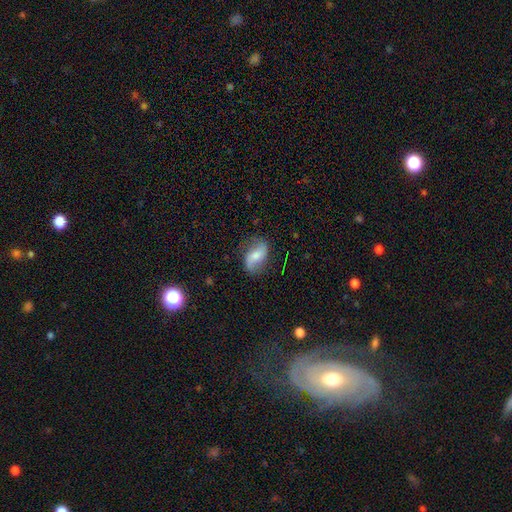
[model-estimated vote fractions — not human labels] smooth-or-featured: featured or disk: 63% | smooth: 29% | star or artifact: 7%
  disk-edge-on: no: 96% | yes: 4%
    bar: no: 41% | weak: 38% | strong: 21%
    has-spiral-arms: yes: 90% | no: 10%
      spiral-winding: loose: 72% | medium: 21% | tight: 7%
      spiral-arm-count: 2: 90% | can't tell: 4% | 1: 3% | 3: 1% | 4: 1% | more than 4: 1%
    bulge-size: moderate: 48% | small: 36% | large: 7% | none: 6% | dominant: 2%
  merging: none: 75% | minor disturbance: 17% | major disturbance: 7% | merger: 1%